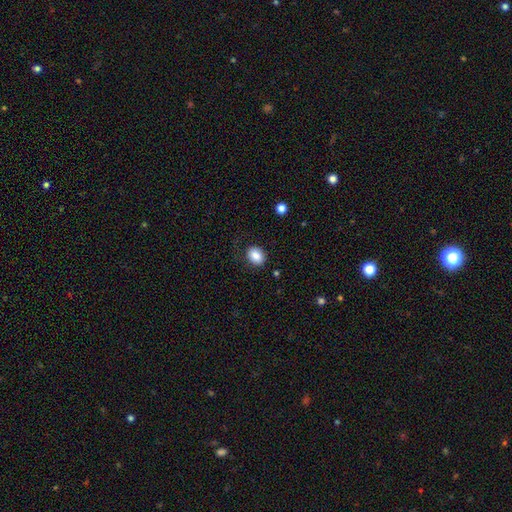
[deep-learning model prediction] The model was most divided on "how rounded": in between: 61%, round: 38%, cigar-shaped: 1%. More confident: smooth or featured — smooth (86%); merging — none (82%).